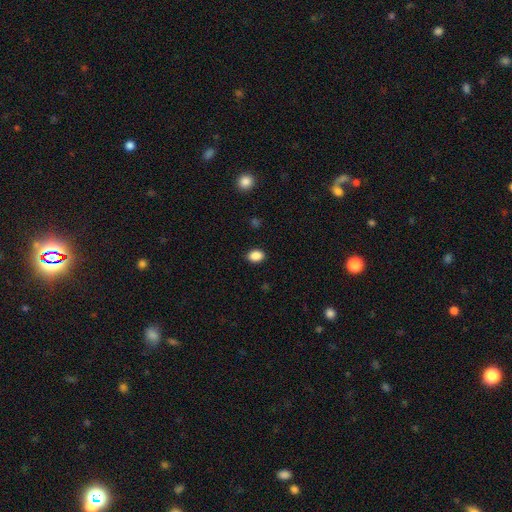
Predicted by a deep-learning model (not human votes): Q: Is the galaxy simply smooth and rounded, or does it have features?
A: smooth — 88%.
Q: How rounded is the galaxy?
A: in between — 71%.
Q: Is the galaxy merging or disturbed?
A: none — 89%.